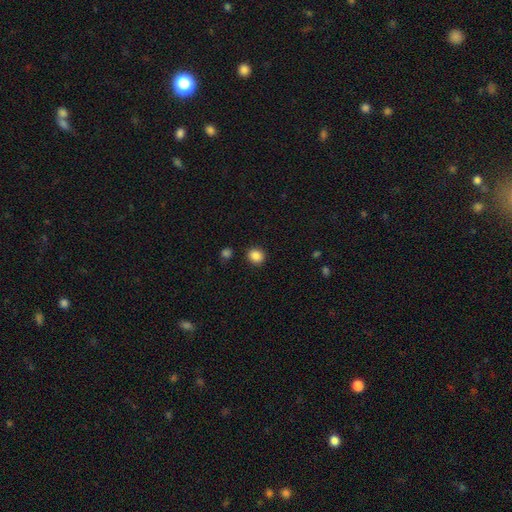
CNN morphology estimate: This appears to be a smooth galaxy with no disk features (87%) that is round (77%). Merging: none (89%).